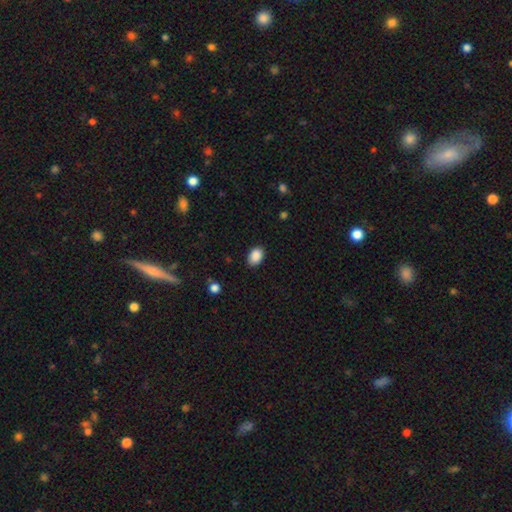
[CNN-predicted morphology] smooth-or-featured: smooth: 89% | star or artifact: 8% | featured or disk: 3%
  how-rounded: in between: 83% | round: 16% | cigar-shaped: 1%
  merging: none: 86% | minor disturbance: 10% | major disturbance: 2% | merger: 1%